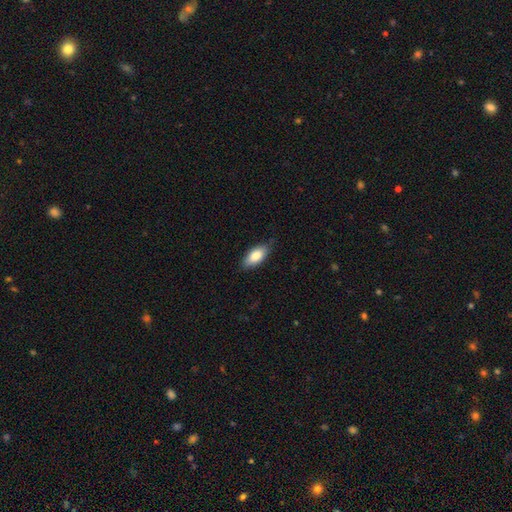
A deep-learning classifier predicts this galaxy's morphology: Overall: smooth (81%). How rounded: in between (88%). Merging: none (79%).